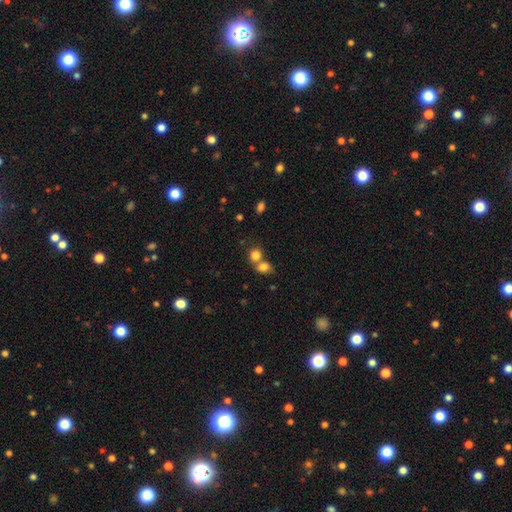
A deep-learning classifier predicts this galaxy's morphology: smooth_or_featured: smooth (p=0.81) [alt: star or artifact p=0.11]
how_rounded: round (p=0.66) [alt: in between p=0.33]
merging: merger (p=0.51) [alt: none p=0.39]